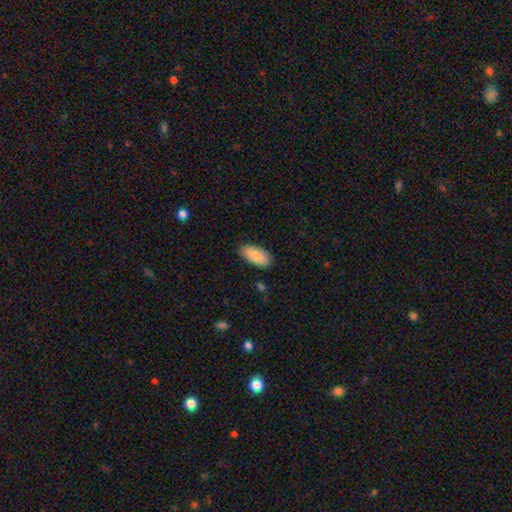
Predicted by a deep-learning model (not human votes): smooth 83%, featured or disk 11%, star or artifact 6%. Down the decision tree: how rounded — in between (92%); merging — none (80%).